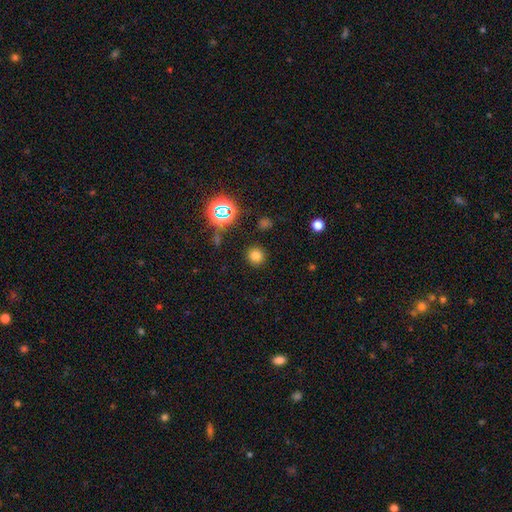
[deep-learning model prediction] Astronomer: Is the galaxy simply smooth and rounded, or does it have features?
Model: smooth — 74%.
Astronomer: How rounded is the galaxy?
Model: round — 93%.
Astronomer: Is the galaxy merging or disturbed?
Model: none — 89%.